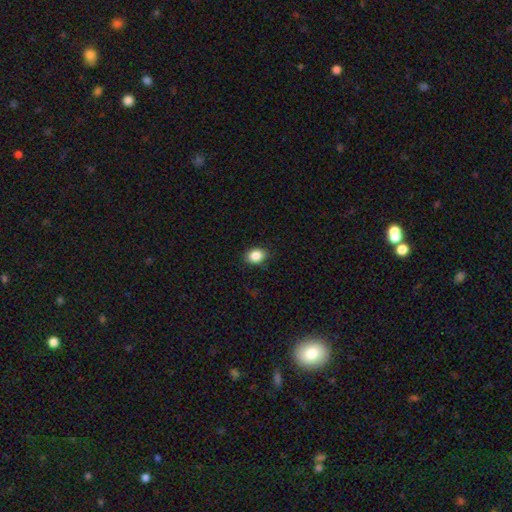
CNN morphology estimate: A smooth galaxy with no disk features (87%) that is in between round and cigar-shaped (57%).

Vote fractions:
- Smooth or featured? smooth: 87% / star or artifact: 9% / featured or disk: 4%
- How rounded? in between: 57% / round: 42% / cigar-shaped: 1%
- Merging? none: 86% / minor disturbance: 10% / major disturbance: 2% / merger: 1%